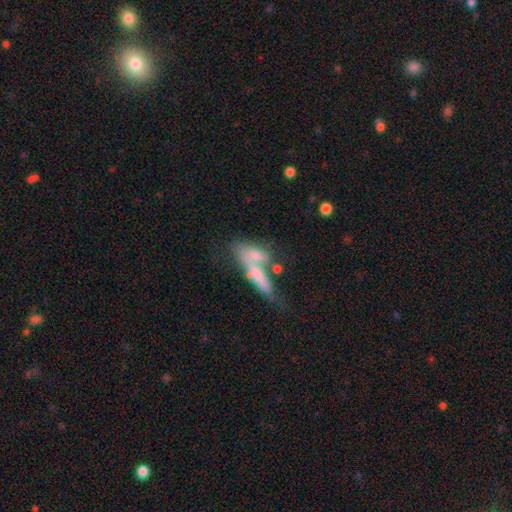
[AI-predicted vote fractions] Morphology: type=smooth (62%); roundness=in between (54%); merging=merger (50%).